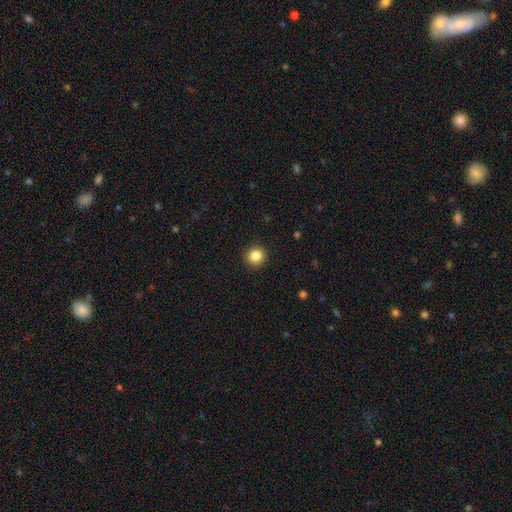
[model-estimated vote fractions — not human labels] A smooth galaxy with no disk features (85%) that is round (93%). Merging: none (92%).